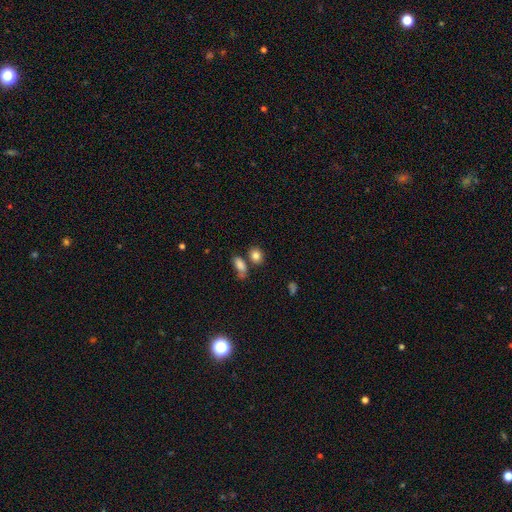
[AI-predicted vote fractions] Q: Smooth or featured?
A: smooth (84%); runner-up: star or artifact (10%)
Q: How rounded?
A: in between (63%); runner-up: round (34%)
Q: Merging?
A: none (68%); runner-up: merger (15%)